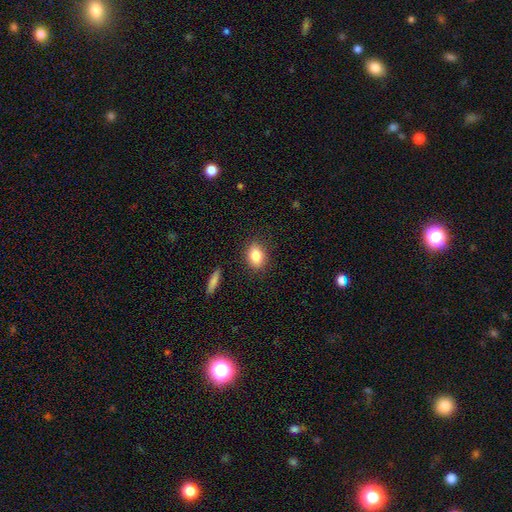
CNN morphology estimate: This is clearly a smooth galaxy (83%). How rounded: likely in between (72%). Merging: clearly none (85%).